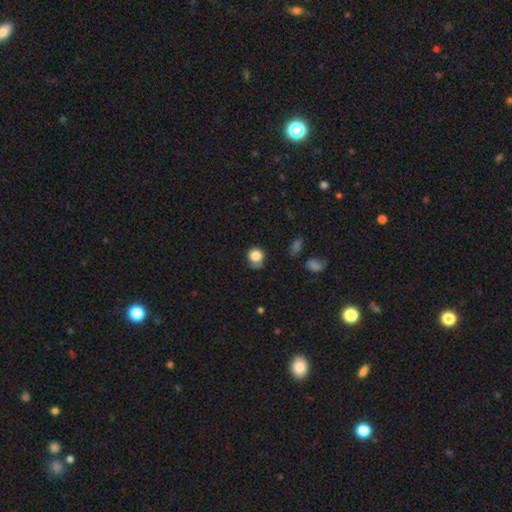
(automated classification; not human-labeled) Smooth or featured? Predicted: smooth (p=0.83). How rounded? Predicted: round (p=0.83). Merging? Predicted: none (p=0.57).